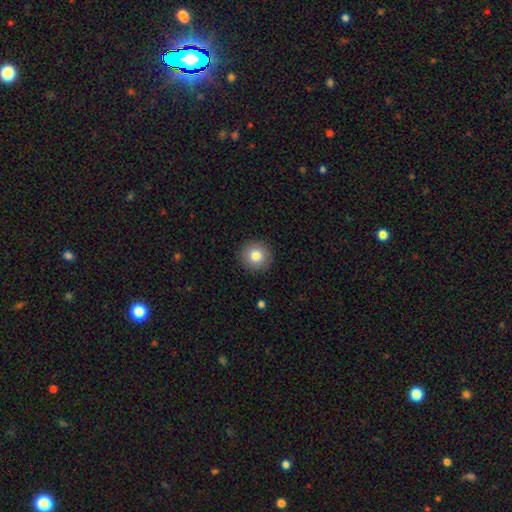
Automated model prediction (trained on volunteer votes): Smooth or featured?
  - smooth: 82% *
  - star or artifact: 9%
  - featured or disk: 9%
How rounded?
  - round: 95% *
  - in between: 4%
  - cigar-shaped: 1%
Merging?
  - none: 92% *
  - minor disturbance: 6%
  - major disturbance: 2%
  - merger: 1%